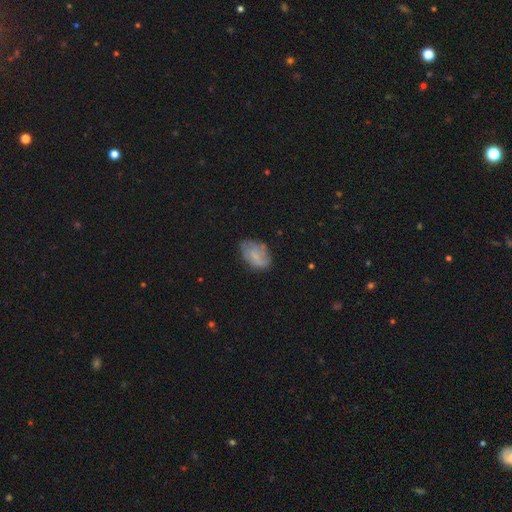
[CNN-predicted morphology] Smooth or featured? Predicted: smooth (p=0.54). How rounded? Predicted: in between (p=0.85). Merging? Predicted: none (p=0.62).